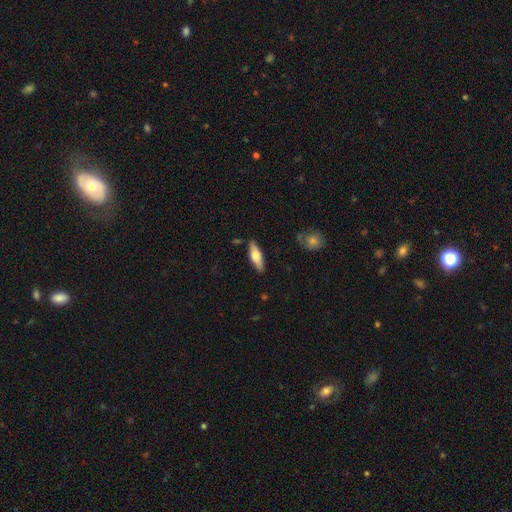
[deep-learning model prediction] The model was most divided on "how rounded": in between: 51%, cigar-shaped: 47%, round: 2%. More confident: merging — none (86%); smooth or featured — smooth (55%).